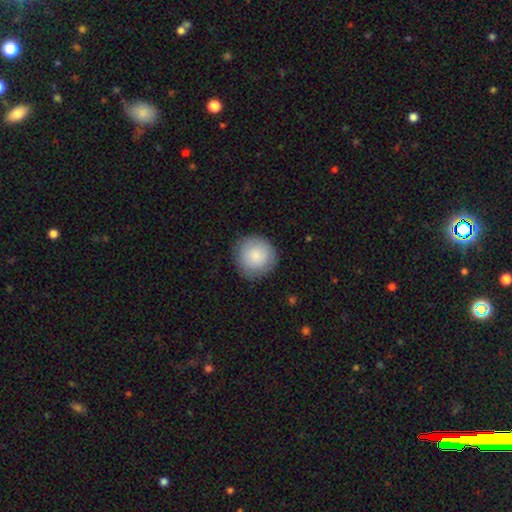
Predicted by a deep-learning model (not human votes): Smooth or featured?
  - smooth: 84% *
  - featured or disk: 10%
  - star or artifact: 6%
How rounded?
  - round: 94% *
  - in between: 6%
  - cigar-shaped: 1%
Merging?
  - none: 86% *
  - minor disturbance: 10%
  - major disturbance: 3%
  - merger: 1%